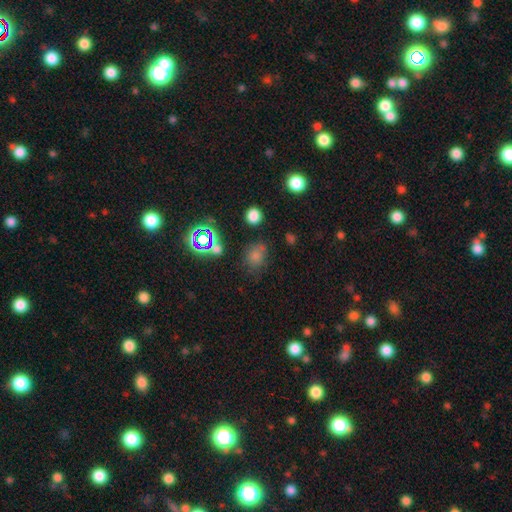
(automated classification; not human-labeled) Overall: smooth (65%; star or artifact 27%). How rounded: round (53%; in between 45%). Merging: none (63%).